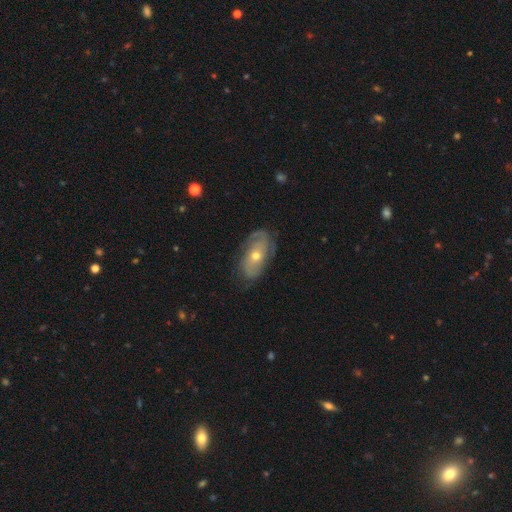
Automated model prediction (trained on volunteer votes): This appears to be a featured or disk galaxy (71%) with no bar (78%), 2 (41%) tight (52%) spiral arms (83%) and a moderate central bulge (58%). Merging: none (71%).